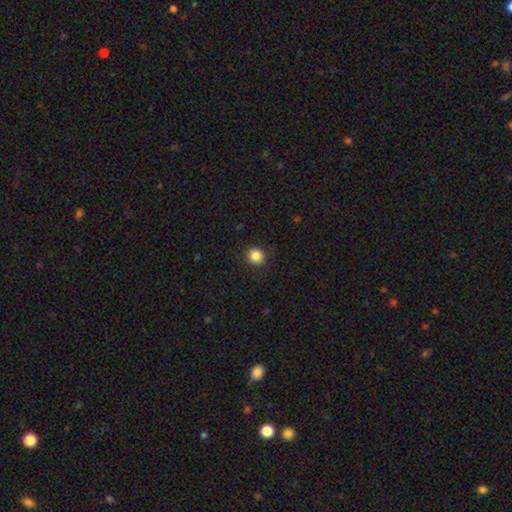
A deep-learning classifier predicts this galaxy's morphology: Smooth or featured?
  - smooth: 86% *
  - star or artifact: 10%
  - featured or disk: 3%
How rounded?
  - round: 92% *
  - in between: 7%
  - cigar-shaped: 1%
Merging?
  - none: 91% *
  - minor disturbance: 6%
  - major disturbance: 2%
  - merger: 1%